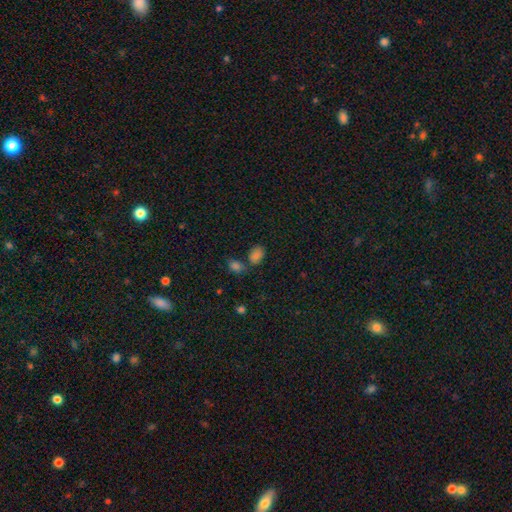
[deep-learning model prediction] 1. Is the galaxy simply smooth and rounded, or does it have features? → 76% smooth, 17% star or artifact, 7% featured or disk.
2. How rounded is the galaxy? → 76% in between, 22% round, 1% cigar-shaped.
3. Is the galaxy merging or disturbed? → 57% none, 25% merger, 13% minor disturbance, 5% major disturbance.